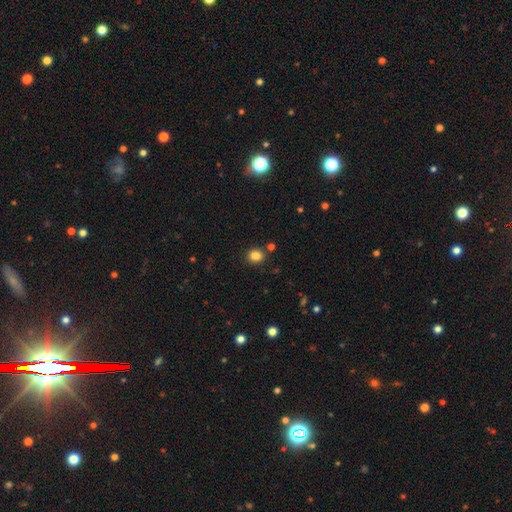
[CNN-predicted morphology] A smooth galaxy with no disk features (84%) that is round (77%). Merging: none (85%).